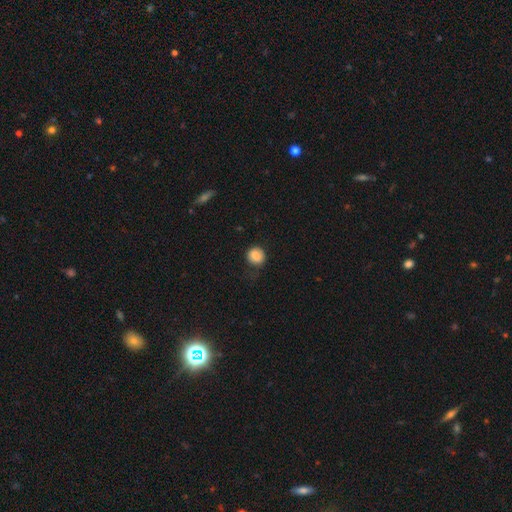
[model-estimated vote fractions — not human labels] Smooth or featured? Predicted: smooth (p=0.83). How rounded? Predicted: round (p=0.75). Merging? Predicted: none (p=0.66).